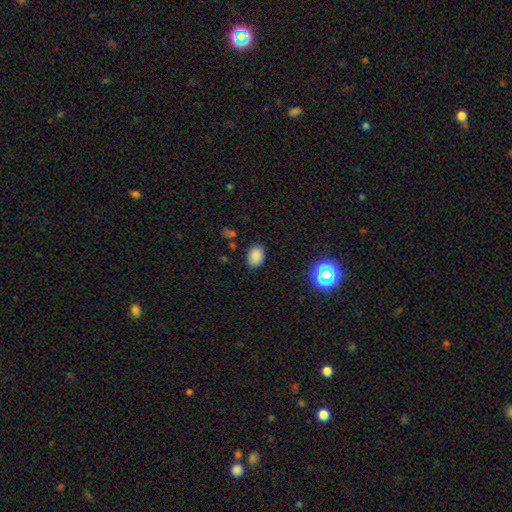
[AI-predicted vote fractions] smooth_or_featured: smooth (p=0.83) [alt: star or artifact p=0.13]
how_rounded: in between (p=0.76) [alt: round p=0.23]
merging: none (p=0.83) [alt: minor disturbance p=0.12]